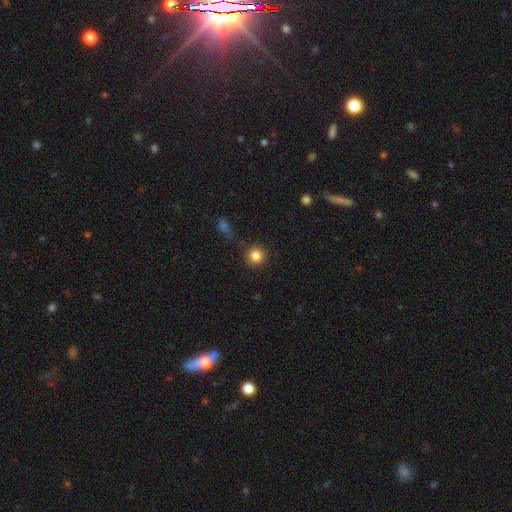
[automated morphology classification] The model was most divided on "smooth or featured": smooth: 84%, star or artifact: 11%, featured or disk: 5%. More confident: how rounded — round (93%); merging — none (85%).